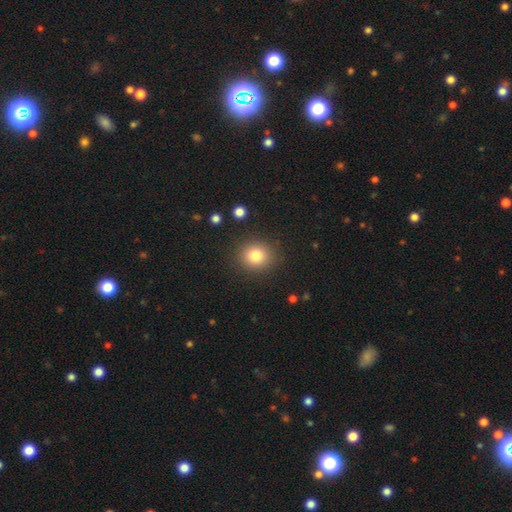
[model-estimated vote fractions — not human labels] A smooth galaxy with no disk features (81%) that is round (81%). Merging: none (88%).